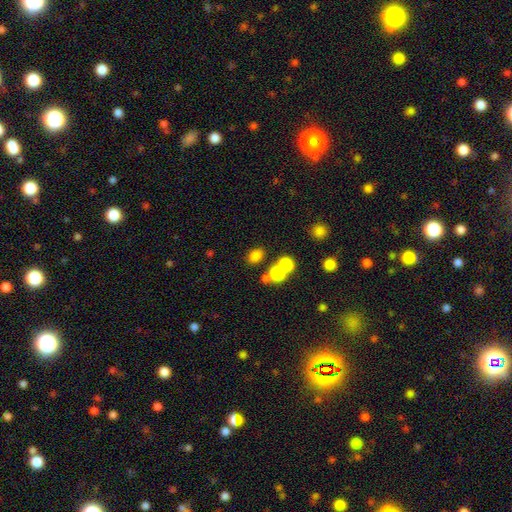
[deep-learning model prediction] A smooth galaxy with no disk features (79%) that is in between round and cigar-shaped (64%).

Vote fractions:
- Smooth or featured? smooth: 79% / star or artifact: 13% / featured or disk: 8%
- How rounded? in between: 64% / round: 35% / cigar-shaped: 1%
- Merging? none: 58% / merger: 28% / minor disturbance: 9% / major disturbance: 4%